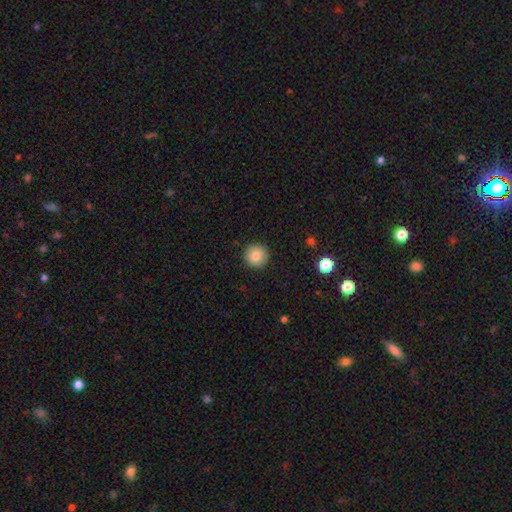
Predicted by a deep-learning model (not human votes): A smooth galaxy with no disk features (81%) that is round (96%). Merging: none (92%).